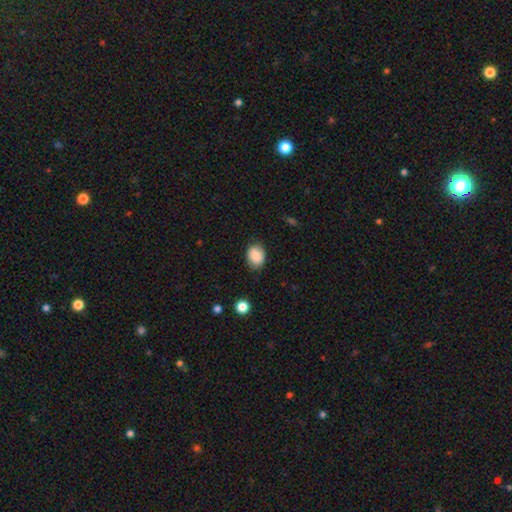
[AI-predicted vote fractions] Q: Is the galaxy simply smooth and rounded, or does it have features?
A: smooth — 87%.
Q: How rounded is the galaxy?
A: in between — 60%.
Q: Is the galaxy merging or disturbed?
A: none — 75%.